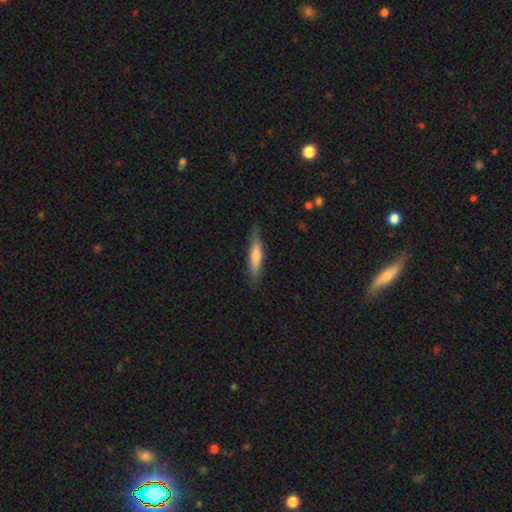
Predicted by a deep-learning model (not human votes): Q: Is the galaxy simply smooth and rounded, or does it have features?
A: smooth — 60%.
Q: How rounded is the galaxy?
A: cigar-shaped — 87%.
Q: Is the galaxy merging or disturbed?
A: none — 85%.